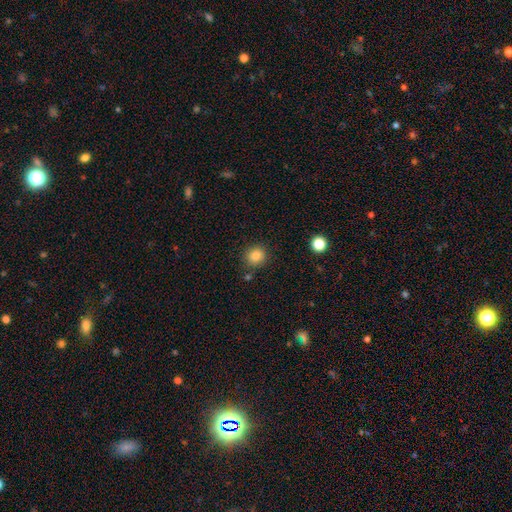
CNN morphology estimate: Smooth or featured? Predicted: smooth (p=0.86). How rounded? Predicted: round (p=0.84). Merging? Predicted: none (p=0.84).